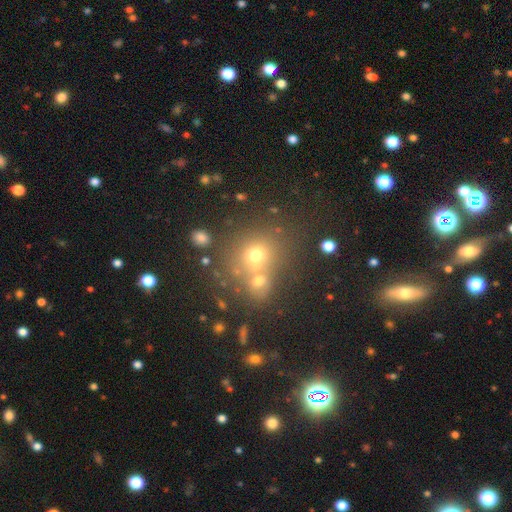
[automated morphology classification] Smooth or featured? smooth (60%)
How rounded? round (76%)
Merging? none (48%)